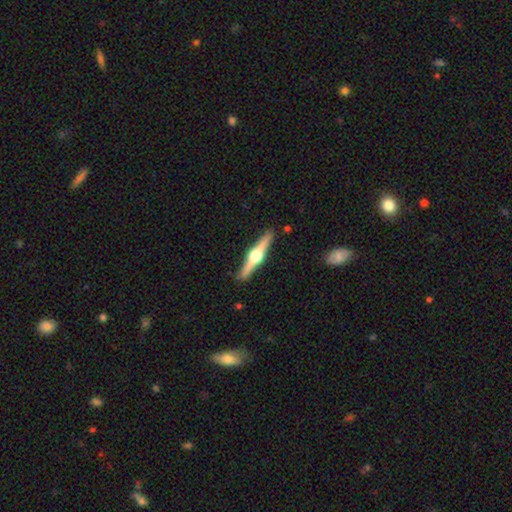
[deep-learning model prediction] This is clearly a featured or disk galaxy (81%). It is clearly viewed edge-on (98%). Edge-on bulge: clearly rounded (96%). Merging: clearly none (91%).